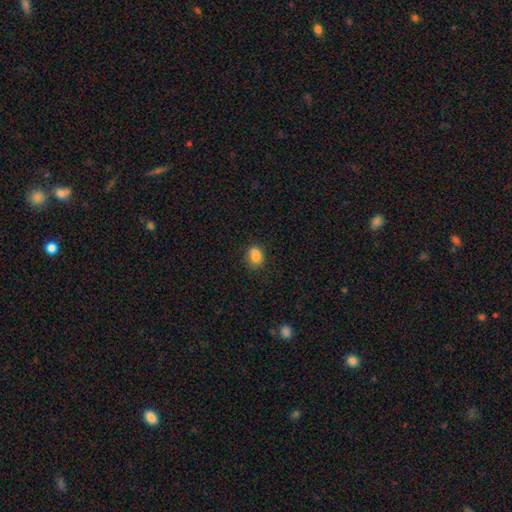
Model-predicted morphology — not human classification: Smooth or featured?
  - smooth: 79% *
  - star or artifact: 11%
  - featured or disk: 10%
How rounded?
  - in between: 59% *
  - round: 39%
  - cigar-shaped: 1%
Merging?
  - none: 50% *
  - merger: 22%
  - minor disturbance: 21%
  - major disturbance: 6%